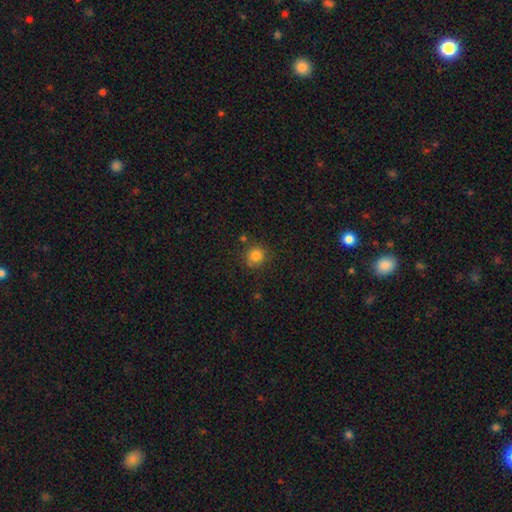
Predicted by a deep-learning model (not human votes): Smooth or featured?
  - smooth: 83% *
  - star or artifact: 12%
  - featured or disk: 5%
How rounded?
  - round: 88% *
  - in between: 11%
  - cigar-shaped: 1%
Merging?
  - none: 80% *
  - minor disturbance: 12%
  - merger: 5%
  - major disturbance: 3%